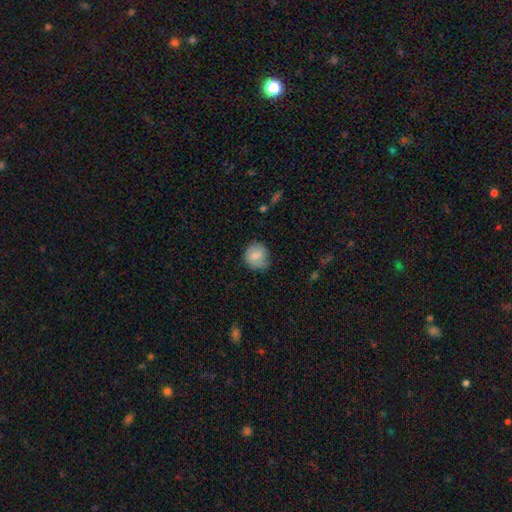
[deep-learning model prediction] Smooth or featured?
  - smooth: 81% *
  - featured or disk: 11%
  - star or artifact: 7%
How rounded?
  - round: 86% *
  - in between: 13%
  - cigar-shaped: 1%
Merging?
  - none: 72% *
  - minor disturbance: 22%
  - major disturbance: 5%
  - merger: 1%